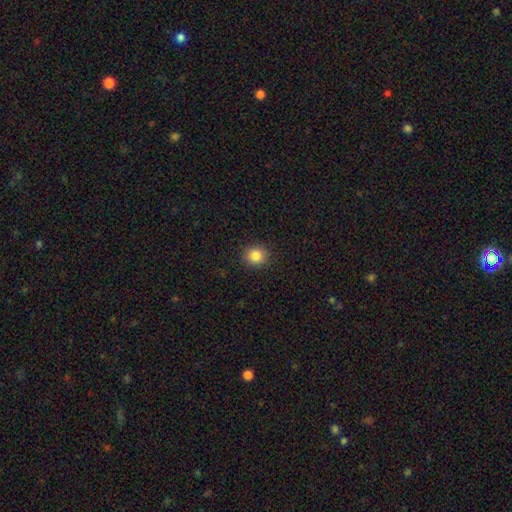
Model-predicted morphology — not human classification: Smooth or featured: smooth — 85% (star or artifact — 10%)
How rounded: round — 87% (in between — 12%)
Merging: none — 91% (minor disturbance — 6%)